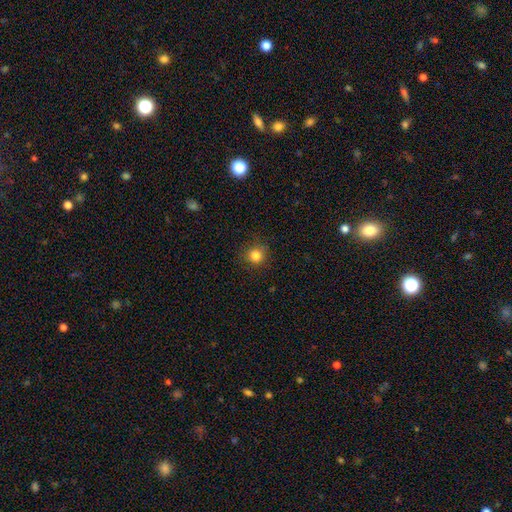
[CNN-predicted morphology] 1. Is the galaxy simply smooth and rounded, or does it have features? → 83% smooth, 12% star or artifact, 5% featured or disk.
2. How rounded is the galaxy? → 91% round, 8% in between, 1% cigar-shaped.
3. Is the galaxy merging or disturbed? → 88% none, 9% minor disturbance, 3% major disturbance, 1% merger.